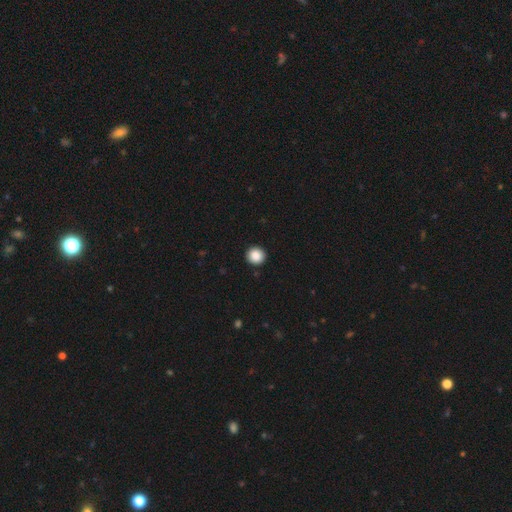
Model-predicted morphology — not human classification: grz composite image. It shows a smooth galaxy with no disk features (88%) that is round (95%). Merging: none (94%).